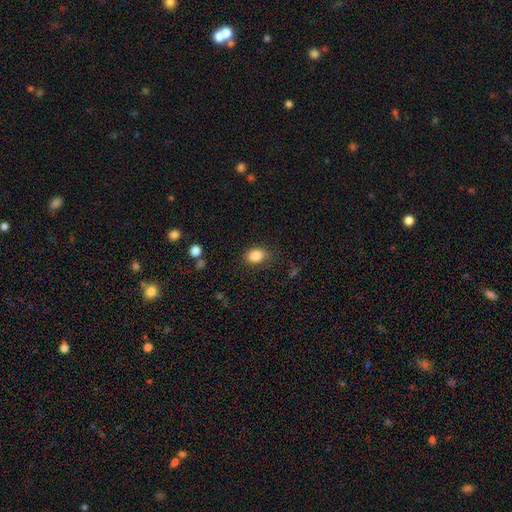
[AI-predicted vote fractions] Smooth or featured?
  - smooth: 86% *
  - star or artifact: 9%
  - featured or disk: 5%
How rounded?
  - in between: 73% *
  - round: 26%
  - cigar-shaped: 1%
Merging?
  - none: 78% *
  - minor disturbance: 16%
  - major disturbance: 4%
  - merger: 2%